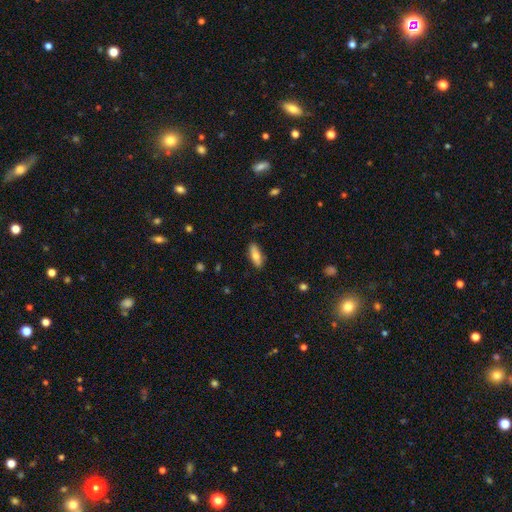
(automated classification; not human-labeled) Smooth or featured?
  - smooth: 71% *
  - featured or disk: 22%
  - star or artifact: 6%
How rounded?
  - in between: 66% *
  - cigar-shaped: 32%
  - round: 3%
Merging?
  - none: 86% *
  - minor disturbance: 10%
  - major disturbance: 2%
  - merger: 1%